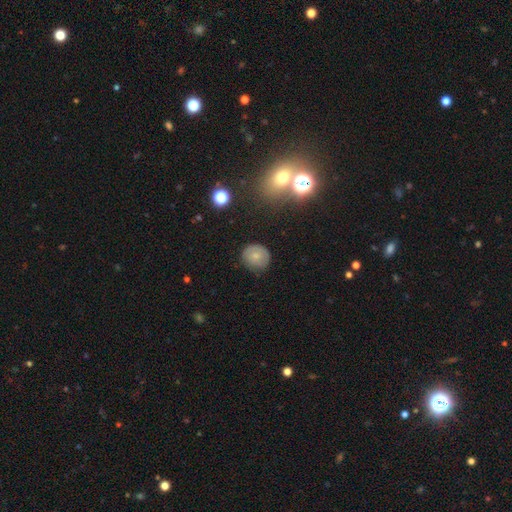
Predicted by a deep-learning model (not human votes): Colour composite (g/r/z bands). It shows a smooth galaxy with no disk features (67%) that is round (80%). Merging: none (76%).